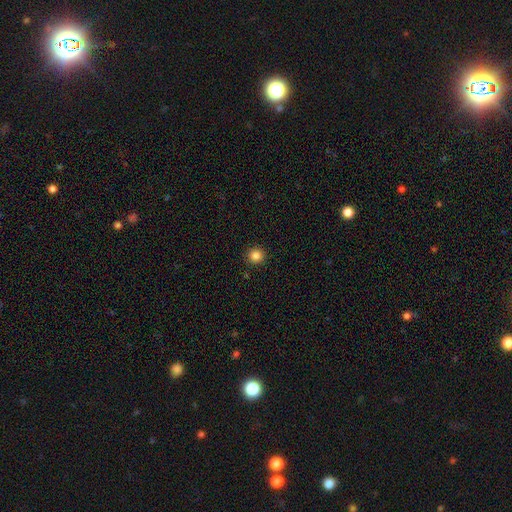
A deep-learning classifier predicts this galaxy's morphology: smooth 85%, star or artifact 12%, featured or disk 3%. Down the decision tree: how rounded — round (94%); merging — none (92%).